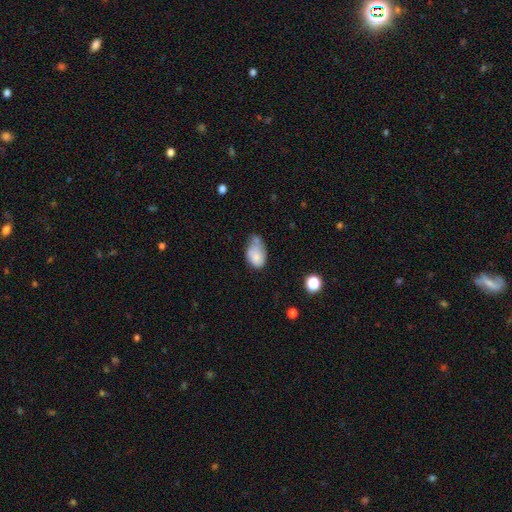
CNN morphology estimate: A smooth galaxy with no disk features (77%) that is in between round and cigar-shaped (86%).

Vote fractions:
- Smooth or featured? smooth: 77% / featured or disk: 14% / star or artifact: 9%
- How rounded? in between: 86% / round: 12% / cigar-shaped: 1%
- Merging? minor disturbance: 35% / none: 30% / merger: 20% / major disturbance: 15%